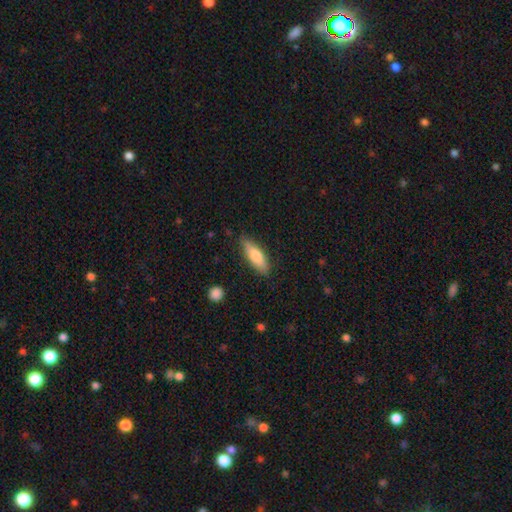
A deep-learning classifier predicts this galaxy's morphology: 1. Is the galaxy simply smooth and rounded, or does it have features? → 70% smooth, 25% featured or disk, 6% star or artifact.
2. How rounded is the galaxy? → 53% cigar-shaped, 45% in between, 2% round.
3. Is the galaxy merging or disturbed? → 85% none, 11% minor disturbance, 2% major disturbance, 1% merger.